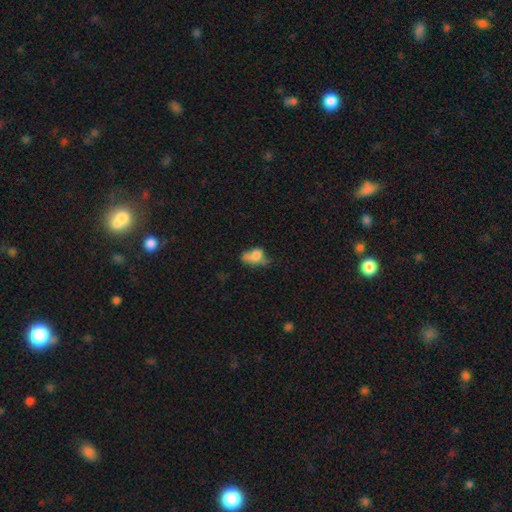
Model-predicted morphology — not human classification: A smooth galaxy with no disk features (68%) that is in between round and cigar-shaped (74%).

Vote fractions:
- Smooth or featured? smooth: 68% / featured or disk: 20% / star or artifact: 11%
- How rounded? in between: 74% / round: 23% / cigar-shaped: 3%
- Merging? minor disturbance: 30% / none: 29% / major disturbance: 26% / merger: 15%